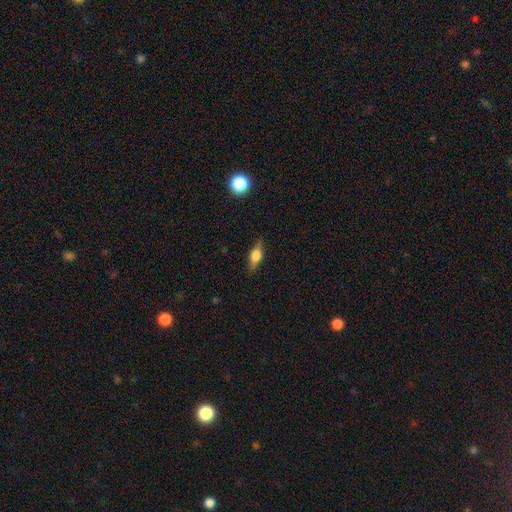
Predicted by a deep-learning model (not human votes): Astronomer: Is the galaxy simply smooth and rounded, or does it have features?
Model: featured or disk — 50% (runner-up: smooth, 43%).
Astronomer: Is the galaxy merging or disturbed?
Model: none — 86%.